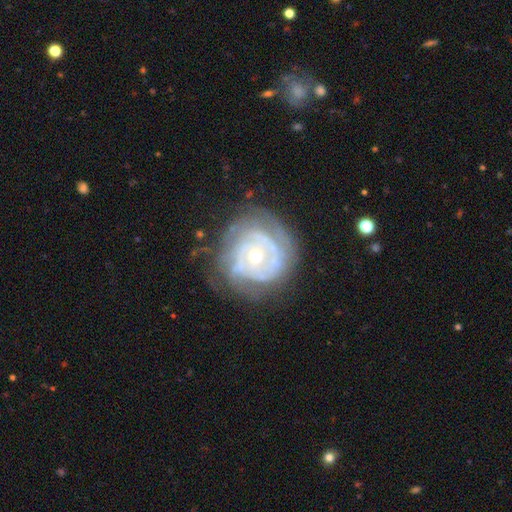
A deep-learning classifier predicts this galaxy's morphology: Smooth or featured? featured or disk (81%)
Edge-on disk? no (97%)
Bar? no (81%)
Spiral arms? yes (81%)
Spiral winding? tight (73%)
Spiral arm count? can't tell (45%)
Bulge size? moderate (50%)
Merging? none (63%)